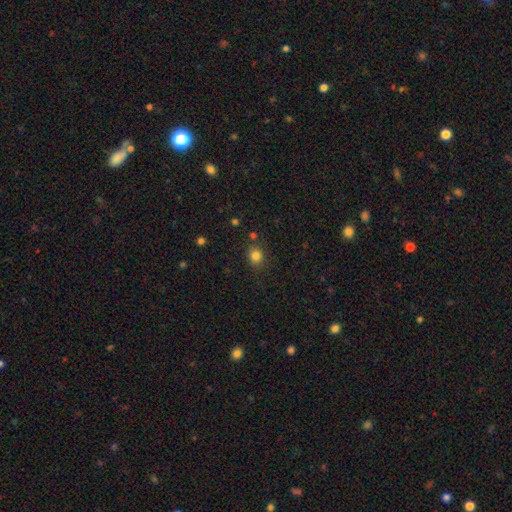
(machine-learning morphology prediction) type=smooth (82%); roundness=round (75%); merging=none (81%).